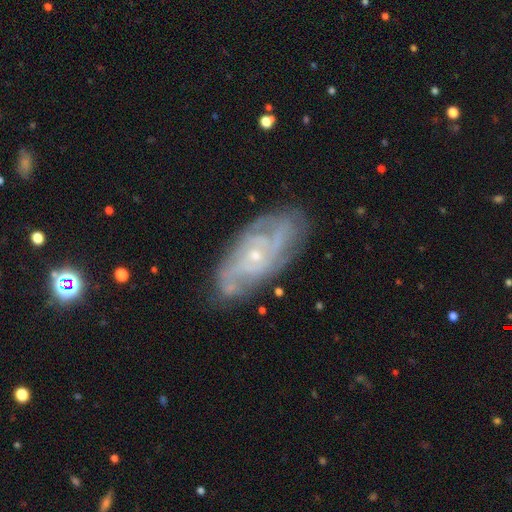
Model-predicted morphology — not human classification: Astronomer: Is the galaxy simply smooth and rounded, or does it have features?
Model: featured or disk — 83%.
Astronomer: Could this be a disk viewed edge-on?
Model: no — 93%.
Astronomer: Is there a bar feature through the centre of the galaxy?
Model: no — 72%.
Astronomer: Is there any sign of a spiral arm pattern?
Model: yes — 92%.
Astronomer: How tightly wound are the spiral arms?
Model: tight — 55% (runner-up: medium, 36%).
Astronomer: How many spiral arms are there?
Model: can't tell — 37% (runner-up: 2, 21%).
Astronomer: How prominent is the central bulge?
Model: small — 76%.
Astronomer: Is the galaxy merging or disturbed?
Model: none — 74%.